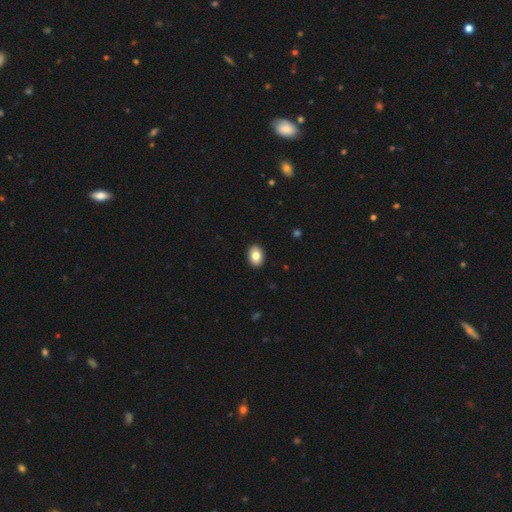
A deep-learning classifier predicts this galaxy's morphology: The model was most divided on "how rounded": in between: 77%, round: 22%, cigar-shaped: 1%. More confident: merging — none (91%); smooth or featured — smooth (83%).